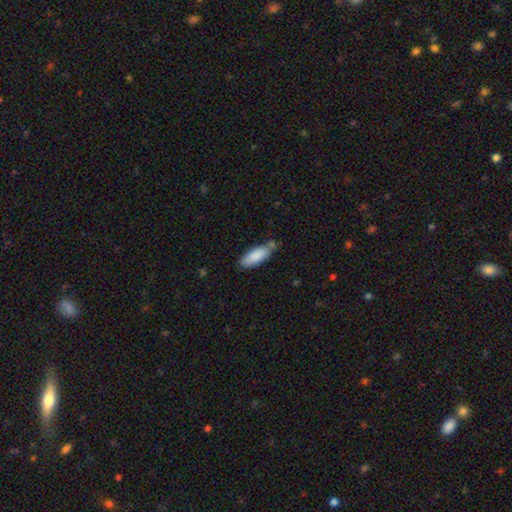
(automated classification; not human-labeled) smooth-or-featured: smooth: 86% | featured or disk: 8% | star or artifact: 6%
  how-rounded: in between: 67% | cigar-shaped: 32% | round: 2%
  merging: none: 67% | minor disturbance: 21% | merger: 8% | major disturbance: 4%